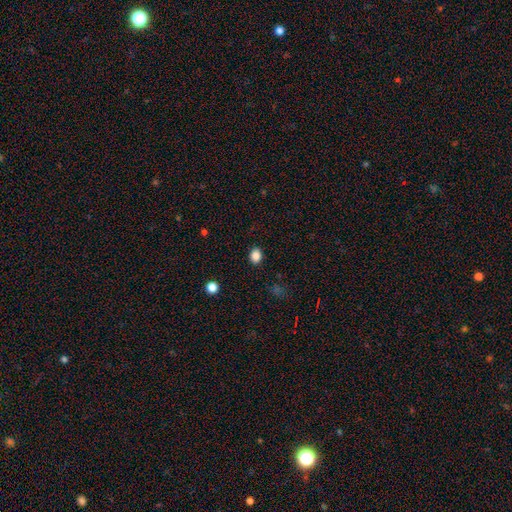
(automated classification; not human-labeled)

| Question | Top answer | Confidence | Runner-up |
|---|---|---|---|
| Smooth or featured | smooth | 86% | star or artifact (11%) |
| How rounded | round | 50% | in between (49%) |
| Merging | none | 89% | minor disturbance (7%) |